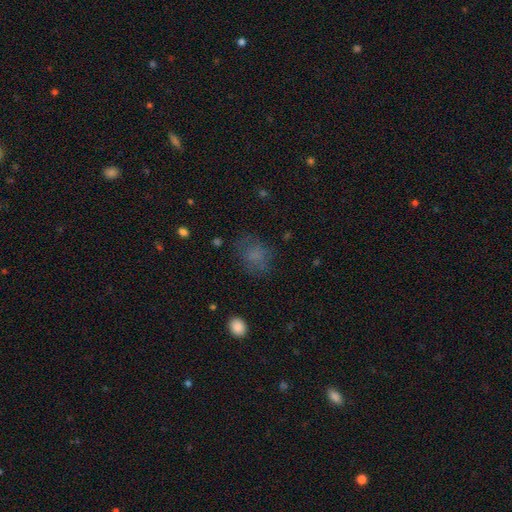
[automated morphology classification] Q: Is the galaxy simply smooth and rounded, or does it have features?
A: smooth — 70%.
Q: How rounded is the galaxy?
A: round — 55%.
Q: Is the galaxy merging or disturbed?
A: none — 65%.